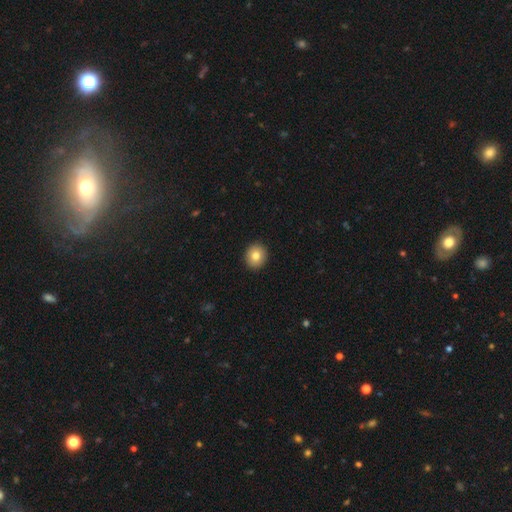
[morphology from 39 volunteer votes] Smooth or featured? smooth (74%)
How rounded? round (90%)
Merging? none (97%)